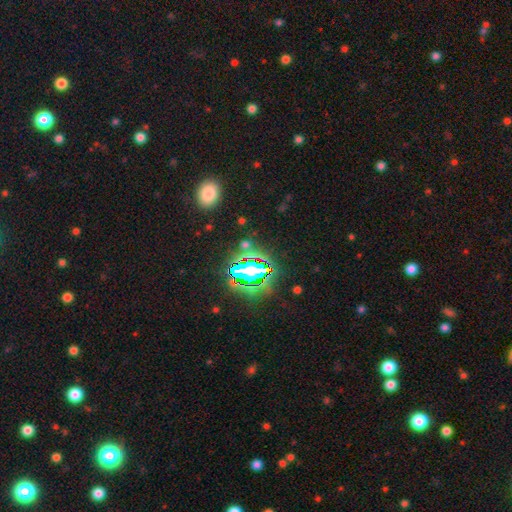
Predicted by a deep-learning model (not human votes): The model was most divided on "smooth or featured": star or artifact: 76%, smooth: 14%, featured or disk: 10%.